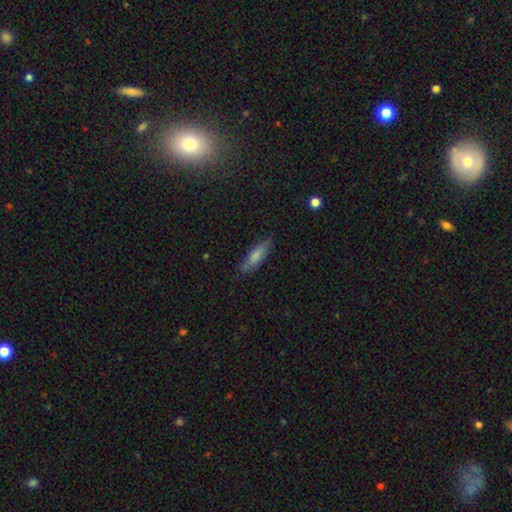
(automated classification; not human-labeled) A smooth galaxy with no disk features (75%) that is cigar-shaped (64%).

Vote fractions:
- Smooth or featured? smooth: 75% / featured or disk: 19% / star or artifact: 6%
- How rounded? cigar-shaped: 64% / in between: 35% / round: 2%
- Merging? none: 79% / minor disturbance: 17% / major disturbance: 3% / merger: 1%